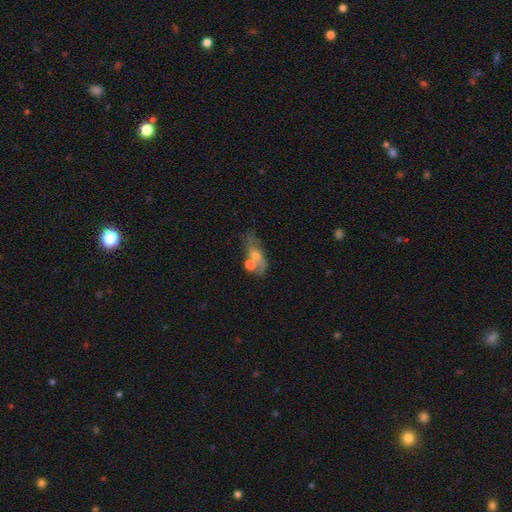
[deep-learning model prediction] This is marginally a smooth galaxy (44%). Merging: marginally none (39%).